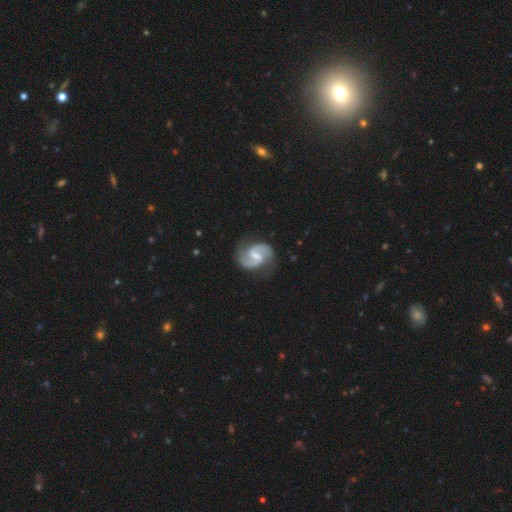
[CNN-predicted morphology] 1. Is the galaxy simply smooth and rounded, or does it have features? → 90% featured or disk, 6% smooth, 4% star or artifact.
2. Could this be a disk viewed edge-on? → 98% no, 2% yes.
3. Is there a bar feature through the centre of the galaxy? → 57% weak, 29% strong, 15% no.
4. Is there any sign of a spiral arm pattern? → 98% yes, 2% no.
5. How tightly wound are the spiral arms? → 56% medium, 28% loose, 16% tight.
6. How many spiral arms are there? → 93% 2, 2% can't tell, 1% 1, 1% 3, 1% 4, 1% more than 4.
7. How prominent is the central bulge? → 40% small, 28% moderate, 27% none, 3% large, 1% dominant.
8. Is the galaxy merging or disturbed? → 79% none, 14% minor disturbance, 5% major disturbance, 1% merger.